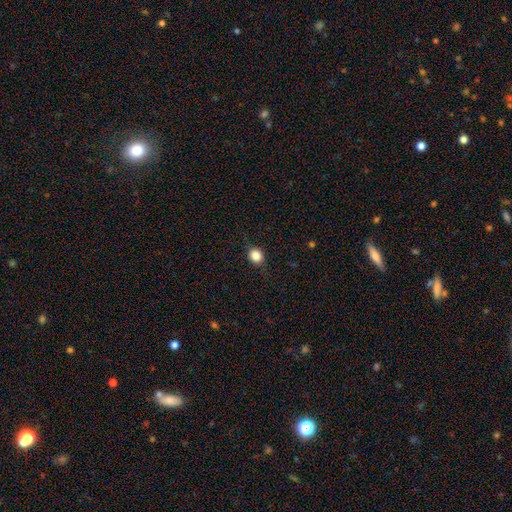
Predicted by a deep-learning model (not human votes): Smooth or featured?
  - smooth: 84% *
  - star or artifact: 10%
  - featured or disk: 5%
How rounded?
  - round: 67% *
  - in between: 32%
  - cigar-shaped: 1%
Merging?
  - none: 85% *
  - minor disturbance: 11%
  - major disturbance: 3%
  - merger: 1%